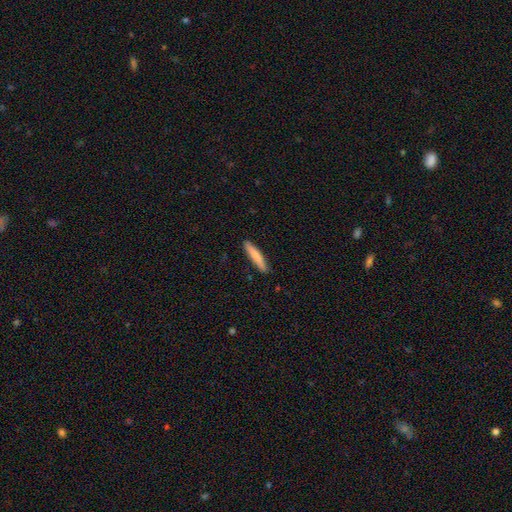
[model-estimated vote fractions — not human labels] Smooth or featured: smooth — 79% (featured or disk — 16%)
How rounded: cigar-shaped — 91% (in between — 8%)
Merging: none — 88% (minor disturbance — 10%)